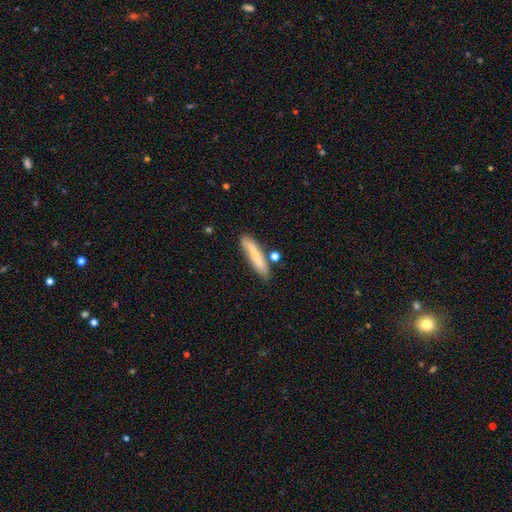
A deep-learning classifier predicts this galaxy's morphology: The model was most divided on "smooth or featured": smooth: 73%, featured or disk: 20%, star or artifact: 7%. More confident: how rounded — cigar-shaped (87%); merging — none (70%).